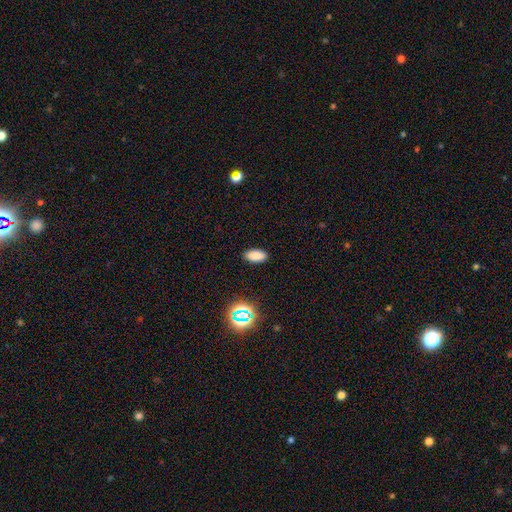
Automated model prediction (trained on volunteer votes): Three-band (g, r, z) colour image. It shows a smooth galaxy with no disk features (83%) that is in between round and cigar-shaped (90%). Merging: none (89%).